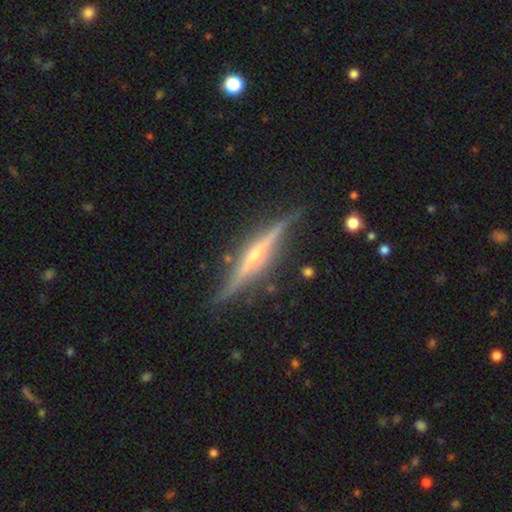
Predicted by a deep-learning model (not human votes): Smooth or featured? featured or disk (82%)
Edge-on disk? yes (97%)
Edge-on bulge? rounded (67%)
Merging? none (84%)